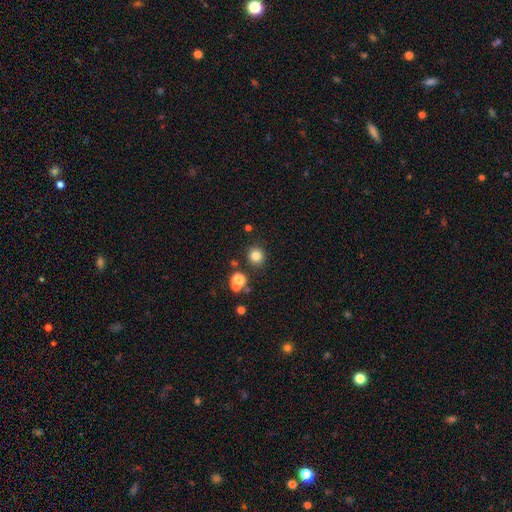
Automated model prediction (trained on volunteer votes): Q: Smooth or featured?
A: smooth (80%); runner-up: star or artifact (14%)
Q: How rounded?
A: round (91%); runner-up: in between (8%)
Q: Merging?
A: none (85%); runner-up: minor disturbance (7%)